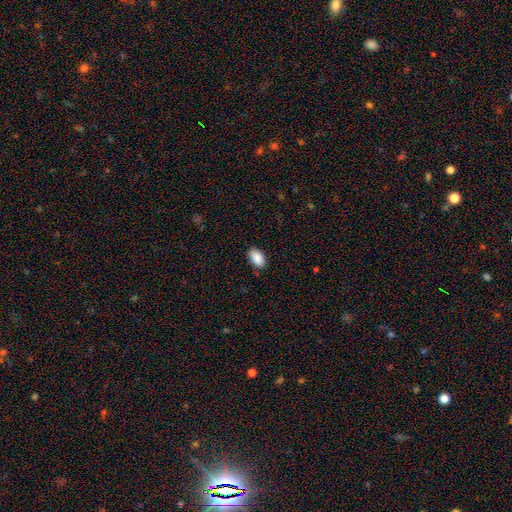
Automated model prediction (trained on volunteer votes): smooth 90%, star or artifact 7%, featured or disk 3%. Down the decision tree: how rounded — in between (93%); merging — none (86%).